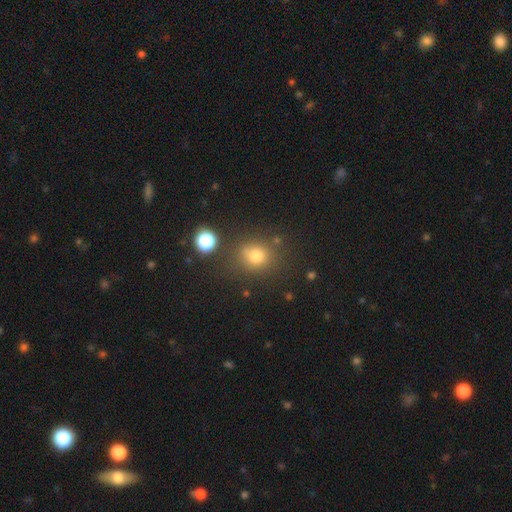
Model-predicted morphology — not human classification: smooth_or_featured: smooth (p=0.76) [alt: star or artifact p=0.16]
how_rounded: round (p=0.69) [alt: in between p=0.30]
merging: none (p=0.72) [alt: minor disturbance p=0.14]